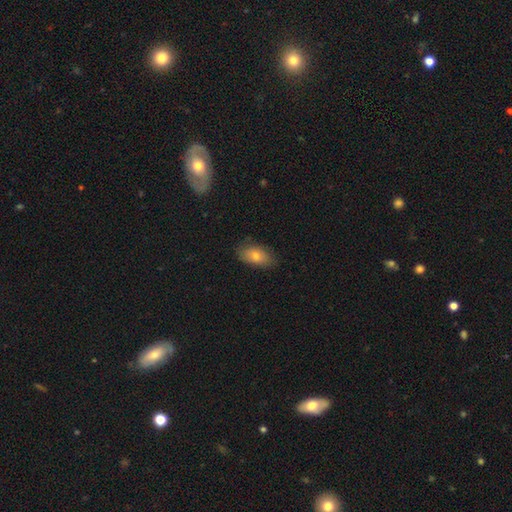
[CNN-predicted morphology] Smooth or featured?
  - smooth: 71% *
  - featured or disk: 19%
  - star or artifact: 10%
How rounded?
  - in between: 89% *
  - round: 7%
  - cigar-shaped: 4%
Merging?
  - none: 80% *
  - minor disturbance: 16%
  - major disturbance: 3%
  - merger: 1%